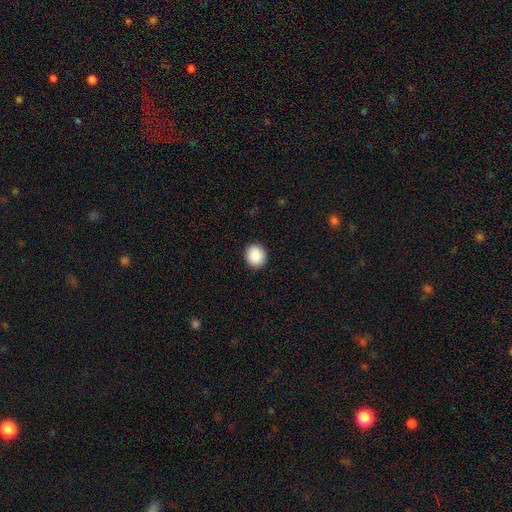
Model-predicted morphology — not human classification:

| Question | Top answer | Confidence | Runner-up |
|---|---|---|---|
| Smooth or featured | smooth | 88% | star or artifact (8%) |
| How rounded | round | 78% | in between (21%) |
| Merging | none | 91% | minor disturbance (6%) |